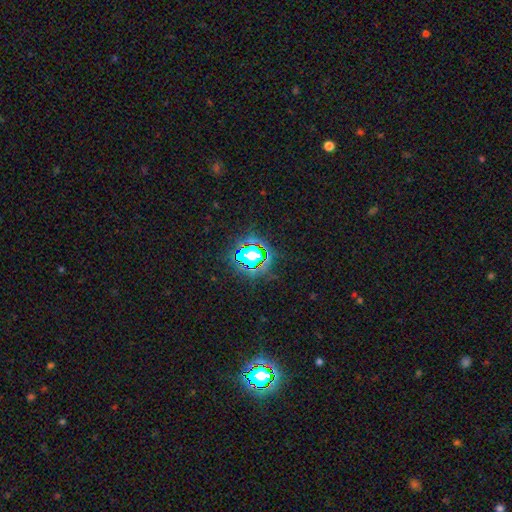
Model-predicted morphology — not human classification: Overall: star or artifact (65%).